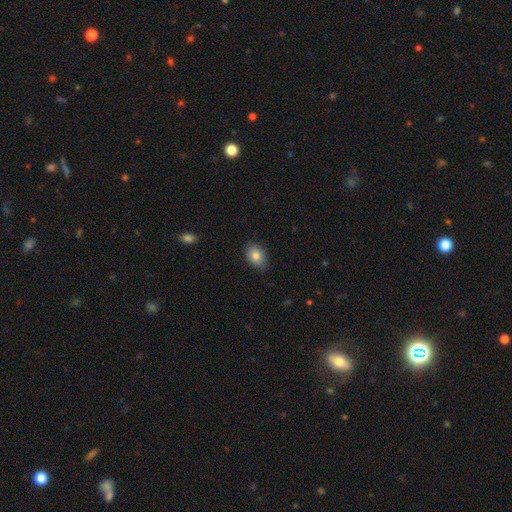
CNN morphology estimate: smooth-or-featured: smooth: 81% | featured or disk: 11% | star or artifact: 8%
  how-rounded: in between: 76% | round: 23% | cigar-shaped: 1%
  merging: none: 81% | minor disturbance: 16% | major disturbance: 2% | merger: 1%